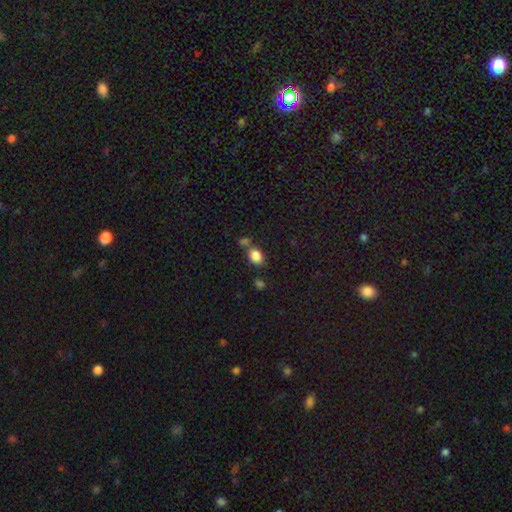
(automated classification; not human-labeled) A smooth galaxy with no disk features (86%) that is in between round and cigar-shaped (74%).

Vote fractions:
- Smooth or featured? smooth: 86% / star or artifact: 9% / featured or disk: 5%
- How rounded? in between: 74% / round: 25% / cigar-shaped: 1%
- Merging? none: 63% / merger: 21% / minor disturbance: 12% / major disturbance: 4%